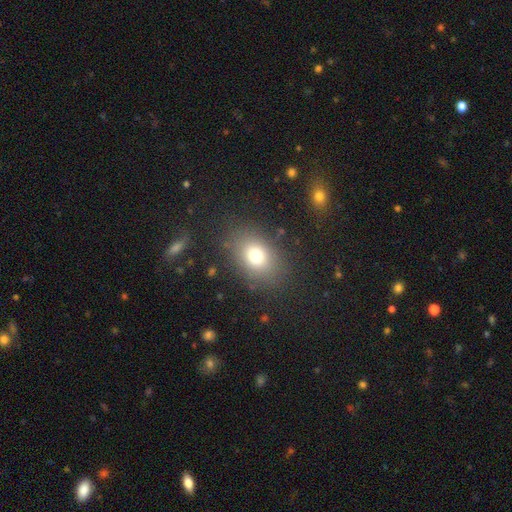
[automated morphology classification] The model was most divided on "how rounded": in between: 67%, round: 32%, cigar-shaped: 1%. More confident: merging — none (81%); smooth or featured — smooth (74%).